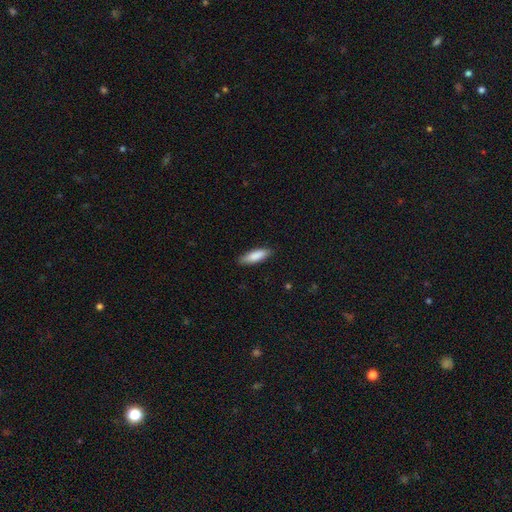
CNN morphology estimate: Q: Smooth or featured?
A: smooth (86%); runner-up: featured or disk (9%)
Q: How rounded?
A: cigar-shaped (54%); runner-up: in between (45%)
Q: Merging?
A: none (86%); runner-up: minor disturbance (11%)